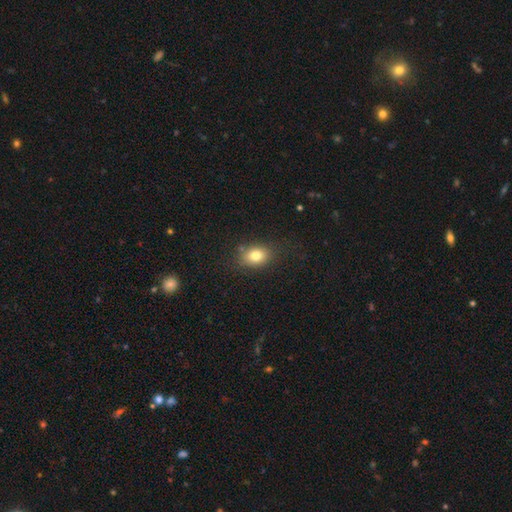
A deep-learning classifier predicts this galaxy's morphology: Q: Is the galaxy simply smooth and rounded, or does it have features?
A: smooth — 80%.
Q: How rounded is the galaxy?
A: in between — 66%.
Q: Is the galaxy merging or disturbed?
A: none — 78%.